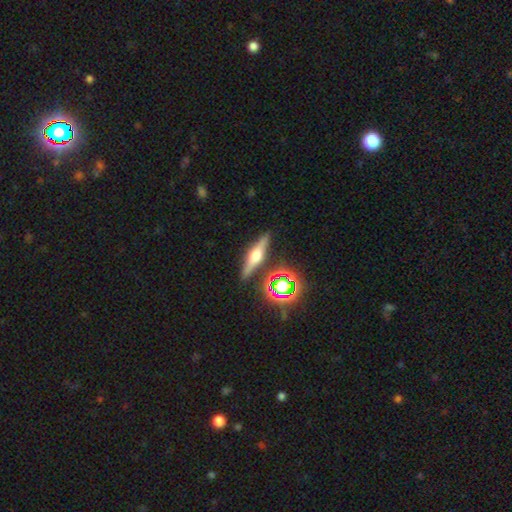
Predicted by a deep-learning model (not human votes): Smooth or featured? Predicted: featured or disk (p=0.67). Edge-on disk? Predicted: yes (p=0.95). Edge-on bulge? Predicted: rounded (p=0.92). Merging? Predicted: none (p=0.86).